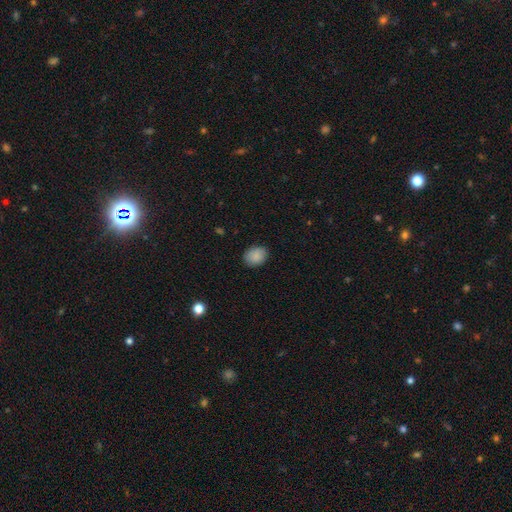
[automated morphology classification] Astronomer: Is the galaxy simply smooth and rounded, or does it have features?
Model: smooth — 87%.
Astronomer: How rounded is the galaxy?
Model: in between — 60% (runner-up: round, 39%).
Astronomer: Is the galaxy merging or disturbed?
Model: none — 82%.